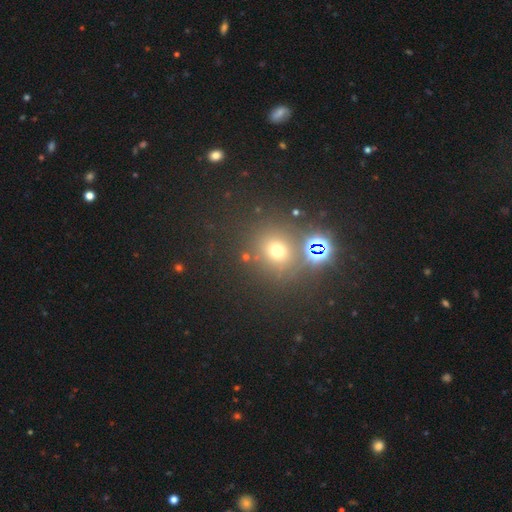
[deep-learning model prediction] smooth-or-featured: smooth: 47% | star or artifact: 42% | featured or disk: 10%
  merging: none: 66% | merger: 22% | minor disturbance: 8% | major disturbance: 4%